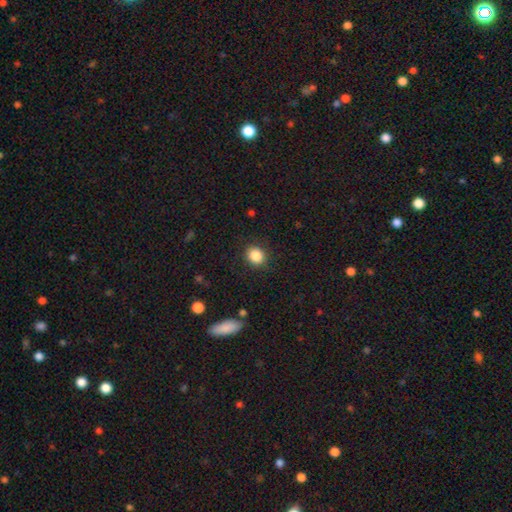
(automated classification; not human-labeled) Overall: smooth (86%). How rounded: round (71%). Merging: none (88%).